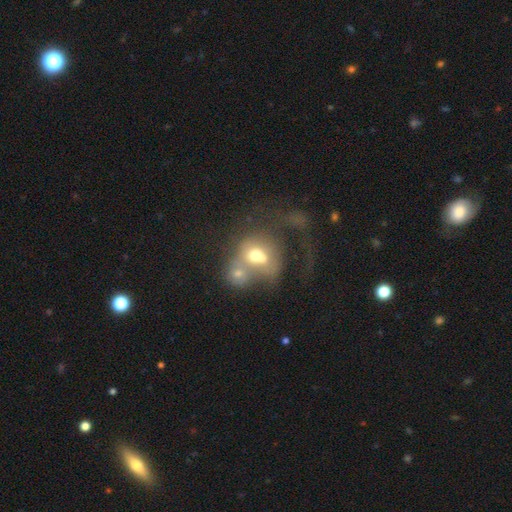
Overall: smooth (66%; featured or disk 32%). How rounded: round (64%; in between 36%). Merging: merger (68%).